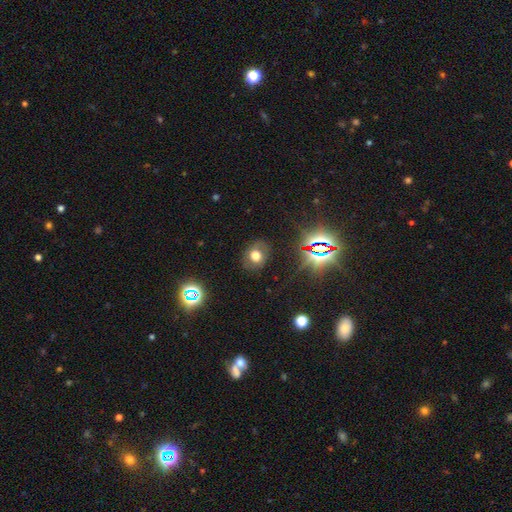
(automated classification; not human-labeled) smooth_or_featured: smooth (p=0.59) [alt: star or artifact p=0.22]
how_rounded: round (p=0.57) [alt: in between p=0.42]
merging: none (p=0.80) [alt: minor disturbance p=0.14]